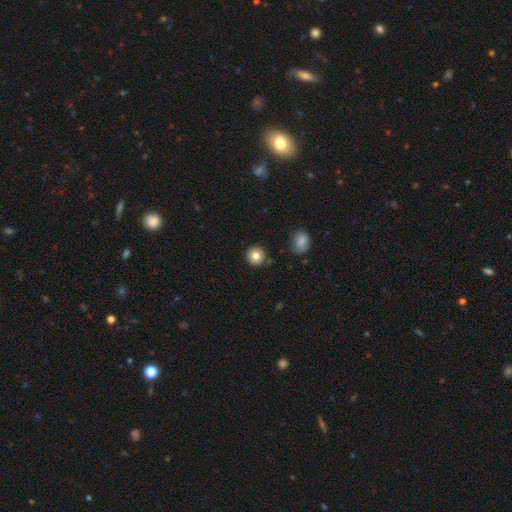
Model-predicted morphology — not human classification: This is clearly a smooth galaxy (82%). How rounded: clearly round (93%). Merging: clearly none (88%).